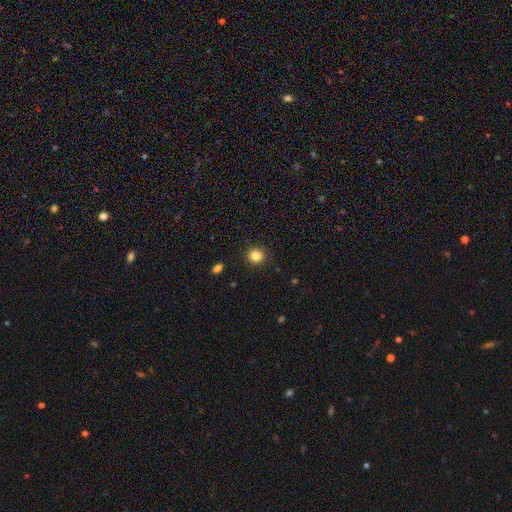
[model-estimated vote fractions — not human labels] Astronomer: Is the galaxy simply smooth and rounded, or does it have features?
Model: smooth — 84%.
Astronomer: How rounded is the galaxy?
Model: round — 91%.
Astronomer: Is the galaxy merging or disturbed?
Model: none — 92%.